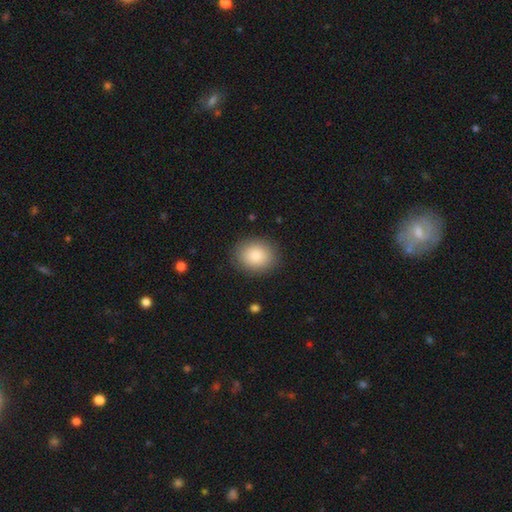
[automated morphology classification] smooth 85%, star or artifact 8%, featured or disk 7%. Down the decision tree: how rounded — round (59%); merging — none (88%).